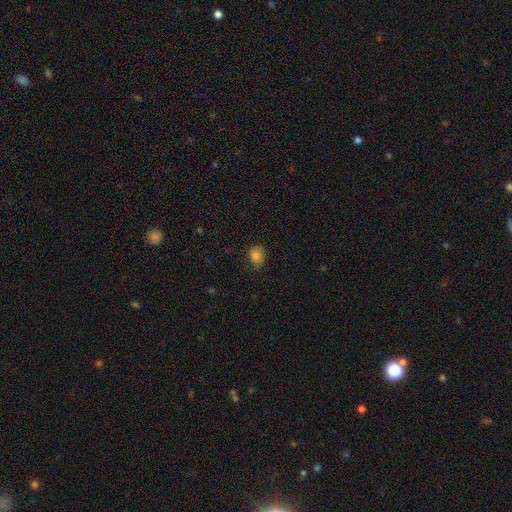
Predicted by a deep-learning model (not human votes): A smooth galaxy with no disk features (82%) that is round (55%).

Vote fractions:
- Smooth or featured? smooth: 82% / star or artifact: 11% / featured or disk: 7%
- How rounded? round: 55% / in between: 44% / cigar-shaped: 1%
- Merging? none: 67% / minor disturbance: 26% / major disturbance: 6% / merger: 1%